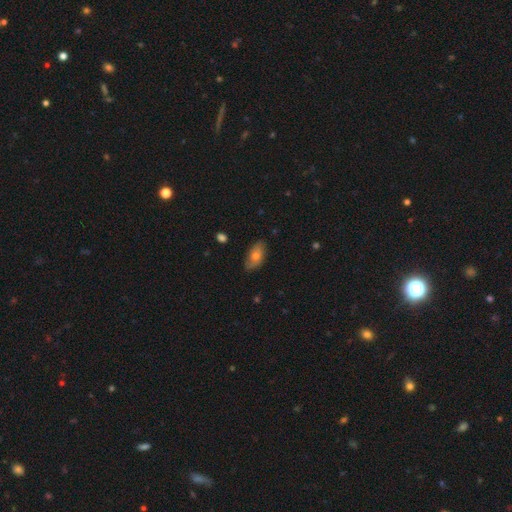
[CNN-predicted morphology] The model was most divided on "smooth or featured": smooth: 61%, featured or disk: 30%, star or artifact: 9%. More confident: how rounded — in between (90%); merging — none (79%).